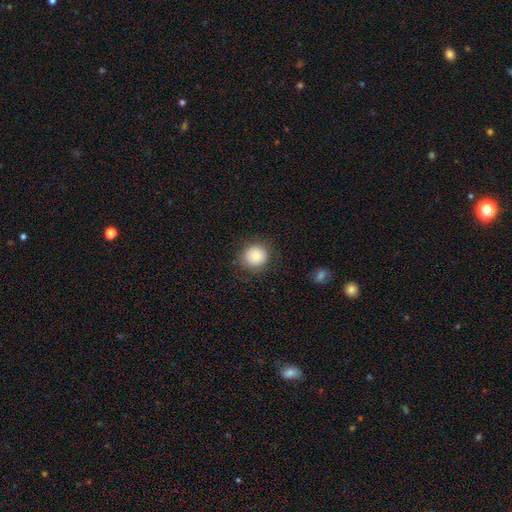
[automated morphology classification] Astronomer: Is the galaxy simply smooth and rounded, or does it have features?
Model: smooth — 73%.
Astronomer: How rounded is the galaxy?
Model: round — 91%.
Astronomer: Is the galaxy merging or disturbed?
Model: none — 83%.